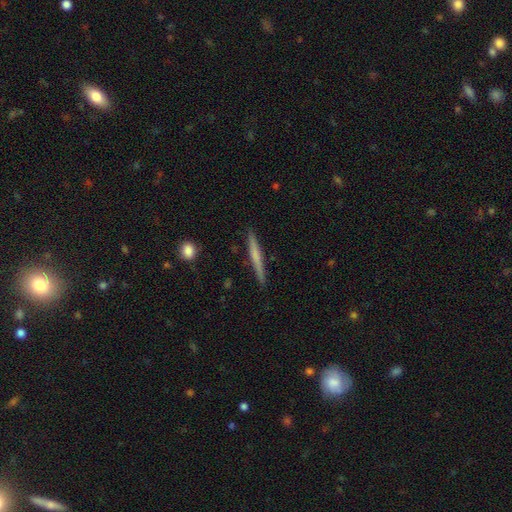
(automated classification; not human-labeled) smooth-or-featured: smooth: 51% | featured or disk: 43% | star or artifact: 6%
  how-rounded: cigar-shaped: 96% | in between: 2% | round: 2%
  merging: none: 90% | minor disturbance: 8% | major disturbance: 2% | merger: 1%